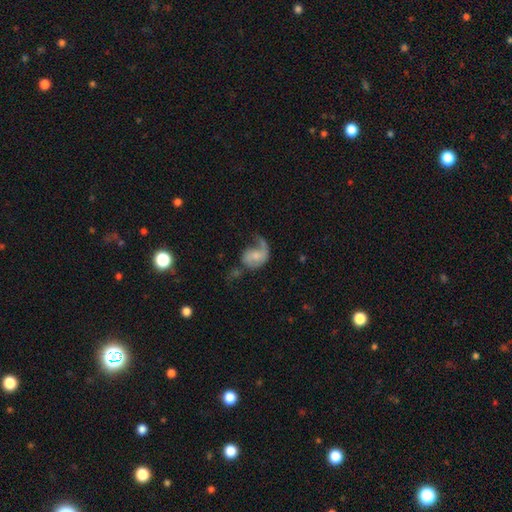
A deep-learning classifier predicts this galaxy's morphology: smooth-or-featured: featured or disk: 55% | smooth: 37% | star or artifact: 8%
  disk-edge-on: no: 97% | yes: 3%
    bar: no: 66% | weak: 28% | strong: 6%
    has-spiral-arms: yes: 79% | no: 21%
    bulge-size: small: 43% | moderate: 31% | none: 17% | large: 6% | dominant: 2%
  merging: major disturbance: 45% | none: 26% | minor disturbance: 19% | merger: 9%